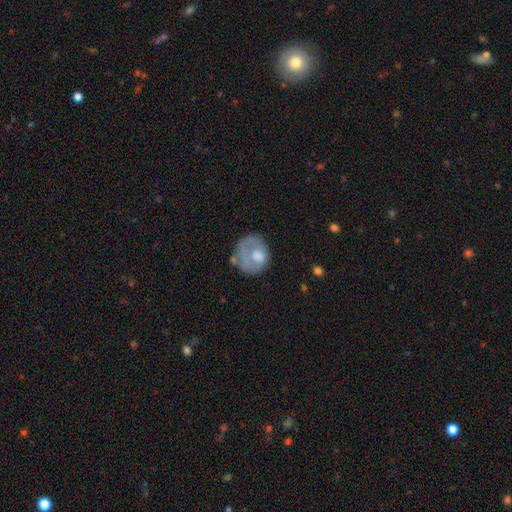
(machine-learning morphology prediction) Smooth or featured?
  - smooth: 57% *
  - featured or disk: 35%
  - star or artifact: 7%
How rounded?
  - round: 70% *
  - in between: 29%
  - cigar-shaped: 1%
Merging?
  - none: 44% *
  - minor disturbance: 26%
  - major disturbance: 24%
  - merger: 6%